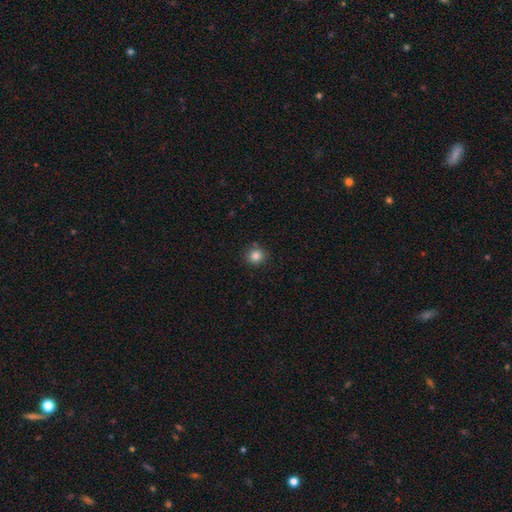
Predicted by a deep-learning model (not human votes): Smooth or featured? Predicted: smooth (p=0.84). How rounded? Predicted: round (p=0.89). Merging? Predicted: none (p=0.84).